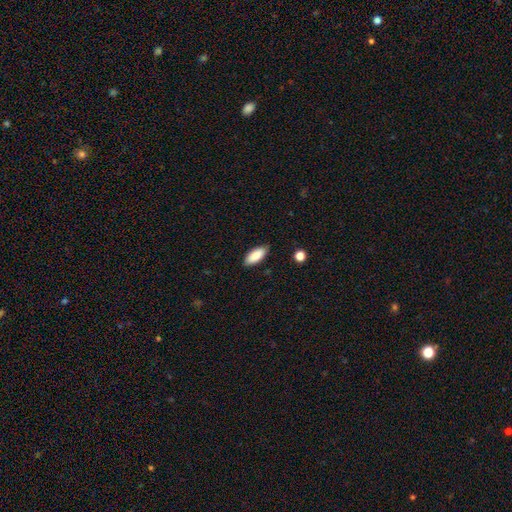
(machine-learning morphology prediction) Overall: smooth (88%). How rounded: in between (84%). Merging: none (85%).